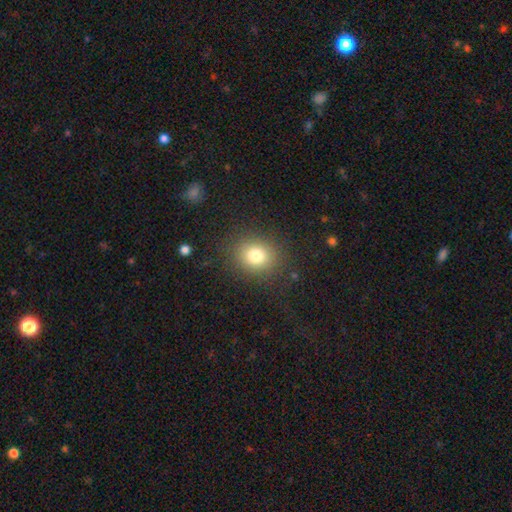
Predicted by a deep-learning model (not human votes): A smooth galaxy with no disk features (78%) that is round (71%). Merging: none (86%).